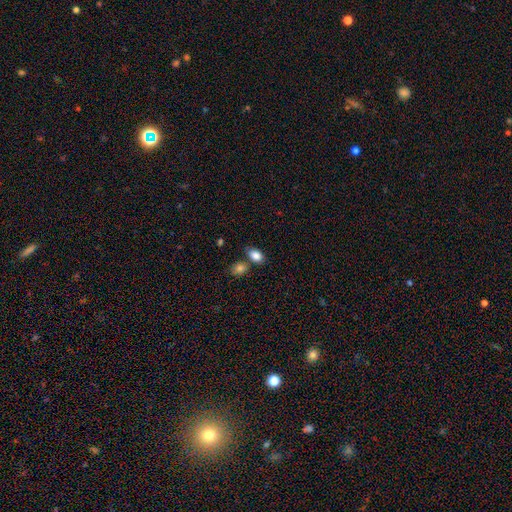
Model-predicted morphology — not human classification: Smooth or featured: smooth — 85% (star or artifact — 8%)
How rounded: in between — 84% (round — 14%)
Merging: none — 62% (merger — 20%)